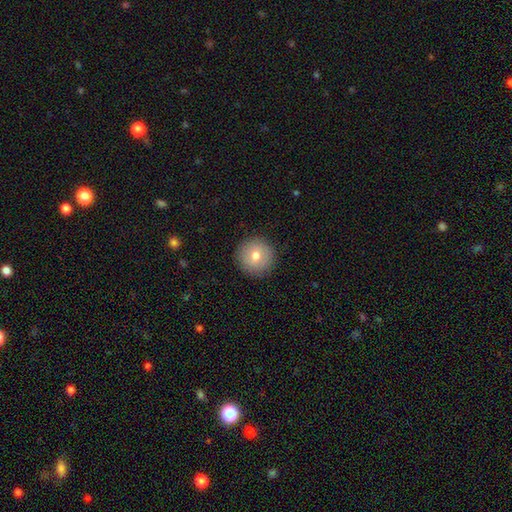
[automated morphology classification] A smooth galaxy with no disk features (75%) that is round (95%). Merging: none (91%).